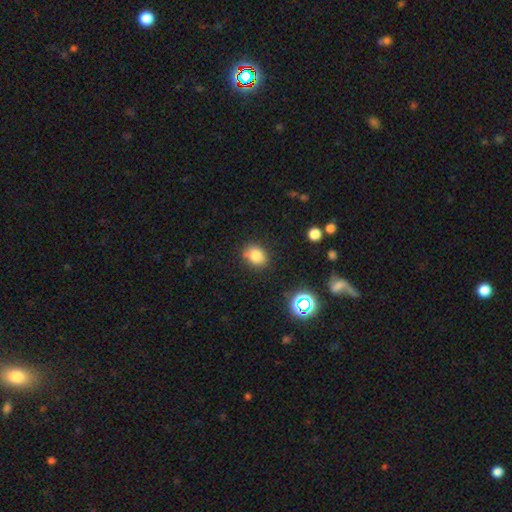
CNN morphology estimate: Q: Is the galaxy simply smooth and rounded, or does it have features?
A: smooth — 80%.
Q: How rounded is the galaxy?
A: round — 53%.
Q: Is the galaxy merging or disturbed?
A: none — 80%.